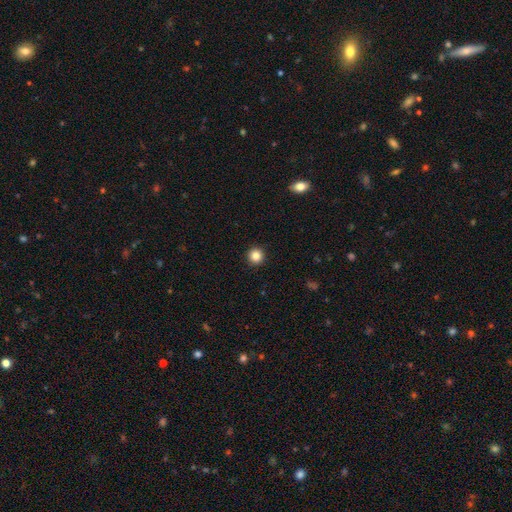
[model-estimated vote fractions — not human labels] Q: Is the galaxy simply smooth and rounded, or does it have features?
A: smooth — 86%.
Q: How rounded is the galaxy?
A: round — 96%.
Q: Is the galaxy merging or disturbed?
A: none — 93%.